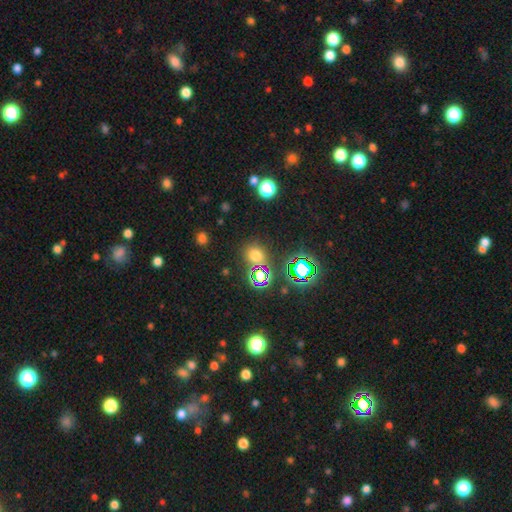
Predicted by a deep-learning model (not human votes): smooth_or_featured: smooth (p=0.59) [alt: star or artifact p=0.34]
how_rounded: round (p=0.78) [alt: in between p=0.21]
merging: none (p=0.79) [alt: minor disturbance p=0.09]